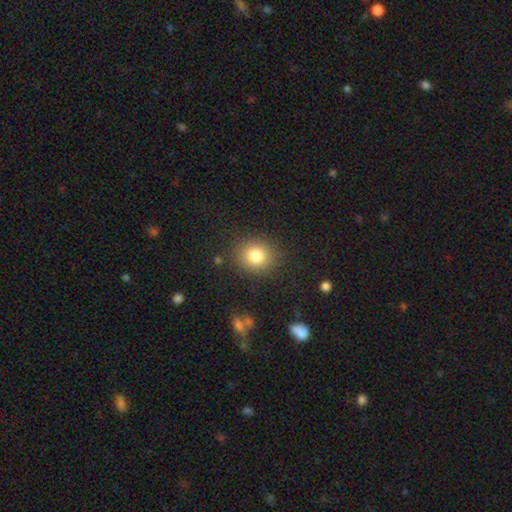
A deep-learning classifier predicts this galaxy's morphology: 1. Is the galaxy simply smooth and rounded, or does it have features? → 81% smooth, 11% star or artifact, 8% featured or disk.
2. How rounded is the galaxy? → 80% round, 20% in between, 1% cigar-shaped.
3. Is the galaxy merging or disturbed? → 86% none, 9% minor disturbance, 3% major disturbance, 2% merger.